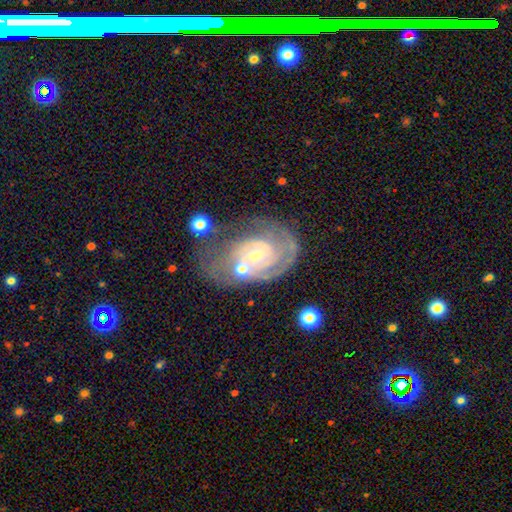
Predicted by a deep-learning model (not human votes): Smooth or featured? featured or disk (83%)
Edge-on disk? no (97%)
Bar? weak (49%)
Spiral arms? yes (92%)
Spiral winding? tight (61%)
Spiral arm count? 2 (40%)
Bulge size? small (52%)
Merging? none (45%)